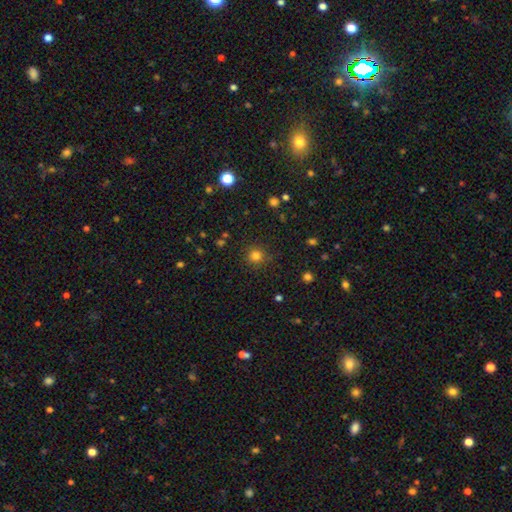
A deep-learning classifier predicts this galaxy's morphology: Overall: smooth (80%). How rounded: round (94%). Merging: none (88%).